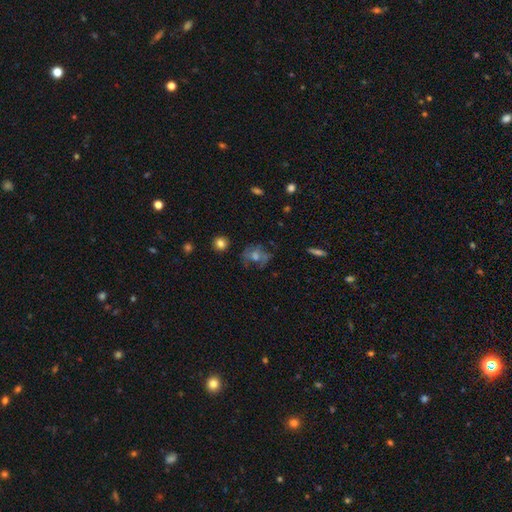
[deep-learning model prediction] A featured or disk galaxy (46%).

Vote fractions:
- Smooth or featured? featured or disk: 46% / smooth: 36% / star or artifact: 17%
- Merging? none: 57% / minor disturbance: 21% / major disturbance: 18% / merger: 4%